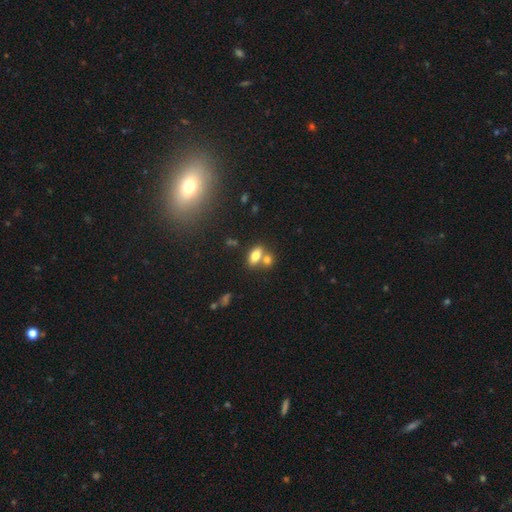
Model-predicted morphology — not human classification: The model was most divided on "merging": none: 48%, merger: 39%, minor disturbance: 10%, major disturbance: 3%. More confident: how rounded — in between (85%); smooth or featured — smooth (77%).